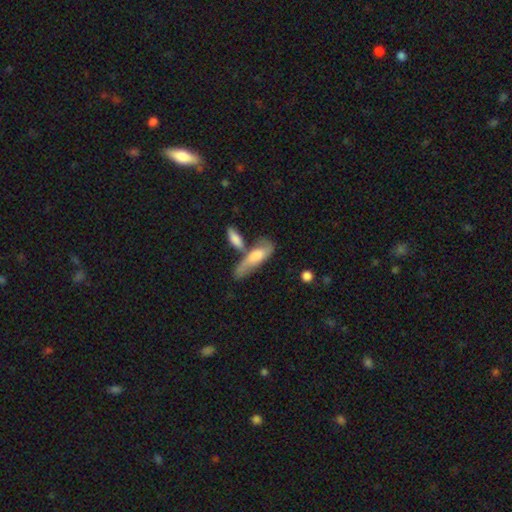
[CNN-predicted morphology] A smooth galaxy with no disk features (59%) that is in between round and cigar-shaped (53%). Merging: merger (38%).